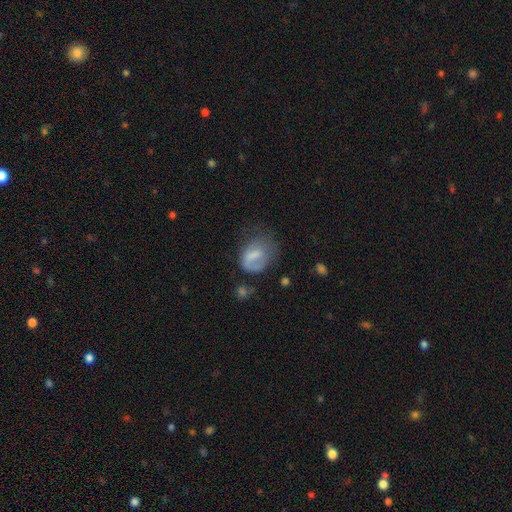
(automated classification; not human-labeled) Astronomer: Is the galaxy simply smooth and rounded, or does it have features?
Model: smooth — 60%.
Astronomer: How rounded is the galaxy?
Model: in between — 61% (runner-up: round, 37%).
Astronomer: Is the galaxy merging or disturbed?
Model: none — 36% (runner-up: major disturbance, 35%).